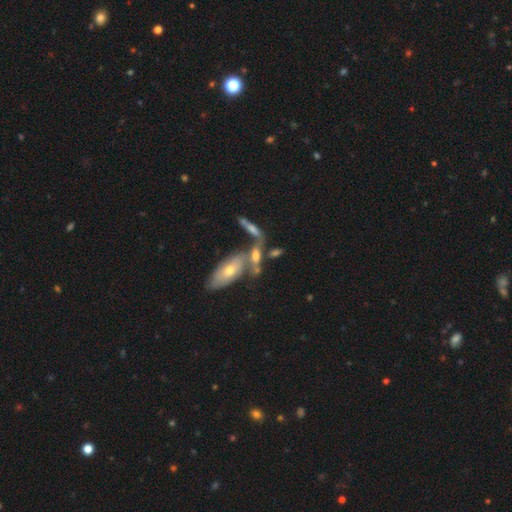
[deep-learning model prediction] A featured or disk galaxy (46%).

Vote fractions:
- Smooth or featured? featured or disk: 46% / smooth: 44% / star or artifact: 10%
- Merging? merger: 50% / none: 33% / minor disturbance: 11% / major disturbance: 7%